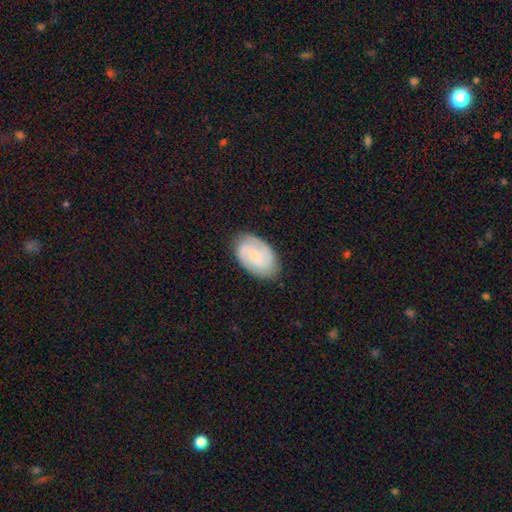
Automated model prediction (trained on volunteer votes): Smooth or featured? featured or disk (61%)
Edge-on disk? no (97%)
Bar? no (61%)
Spiral arms? yes (94%)
Spiral winding? tight (60%)
Spiral arm count? 2 (45%)
Bulge size? small (55%)
Merging? none (82%)